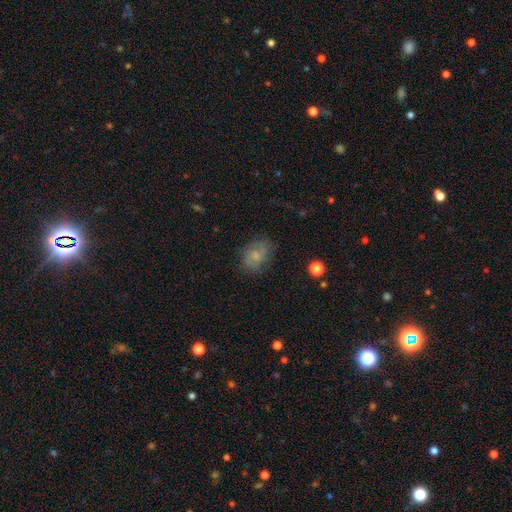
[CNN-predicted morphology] The model was most divided on "smooth or featured": smooth: 59%, featured or disk: 31%, star or artifact: 10%. More confident: how rounded — in between (70%); merging — none (68%).